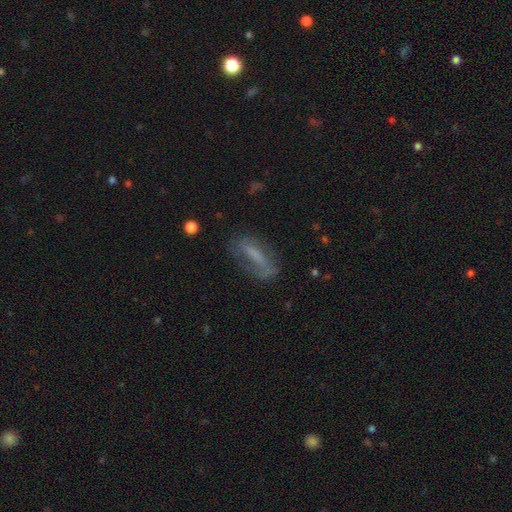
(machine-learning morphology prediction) smooth-or-featured: smooth: 47% | featured or disk: 41% | star or artifact: 11%
  merging: none: 58% | minor disturbance: 24% | major disturbance: 16% | merger: 3%